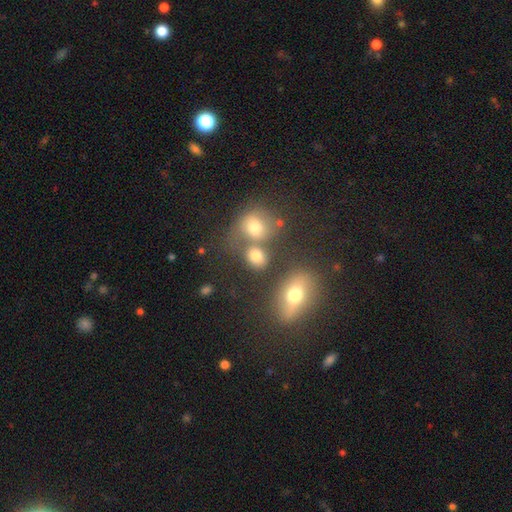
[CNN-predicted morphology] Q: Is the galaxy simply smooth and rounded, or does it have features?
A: smooth — 75%.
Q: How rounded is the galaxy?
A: round — 60%.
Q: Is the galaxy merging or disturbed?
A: none — 50%.